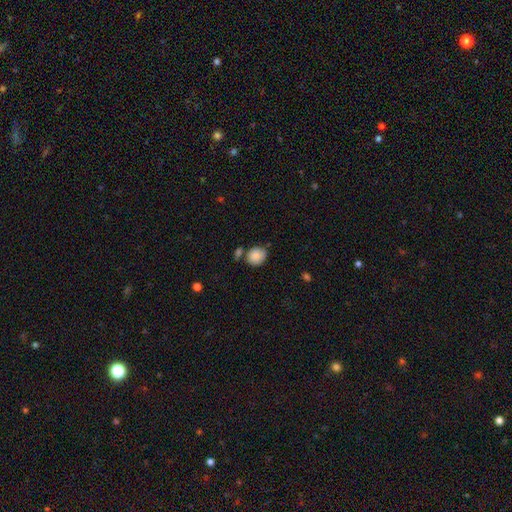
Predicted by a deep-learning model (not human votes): A smooth galaxy with no disk features (87%) that is round (73%). Merging: none (68%).